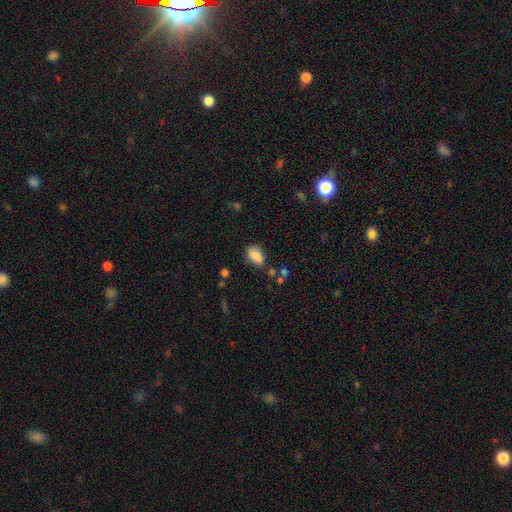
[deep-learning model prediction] Smooth or featured: smooth — 83% (star or artifact — 9%)
How rounded: in between — 88% (round — 9%)
Merging: none — 61% (minor disturbance — 26%)